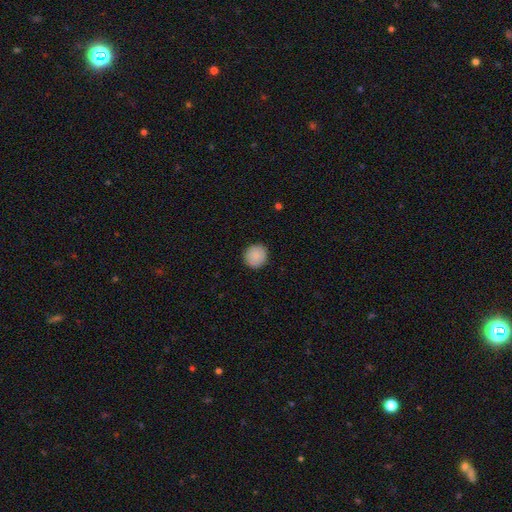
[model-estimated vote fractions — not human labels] A smooth galaxy with no disk features (89%) that is round (92%).

Vote fractions:
- Smooth or featured? smooth: 89% / star or artifact: 7% / featured or disk: 4%
- How rounded? round: 92% / in between: 7% / cigar-shaped: 1%
- Merging? none: 91% / minor disturbance: 6% / major disturbance: 2% / merger: 1%